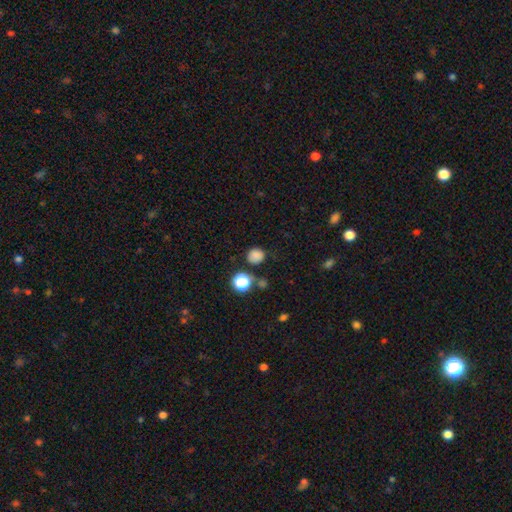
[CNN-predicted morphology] This appears to be a smooth galaxy with no disk features (80%) that is round (87%). Merging: none (78%).